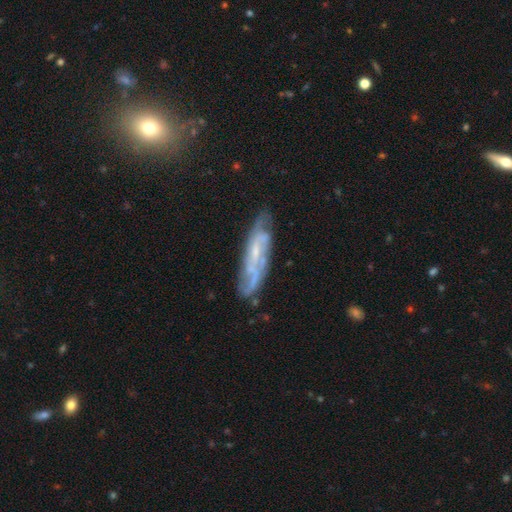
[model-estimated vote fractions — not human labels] smooth_or_featured: featured or disk (p=0.74) [alt: smooth p=0.18]
disk_edge_on: no (p=0.71) [alt: yes p=0.29]
bar: no (p=0.47) [alt: weak p=0.39]
has_spiral_arms: yes (p=0.86) [alt: no p=0.14]
bulge_size: small (p=0.64) [alt: moderate p=0.21]
merging: none (p=0.69) [alt: minor disturbance p=0.20]